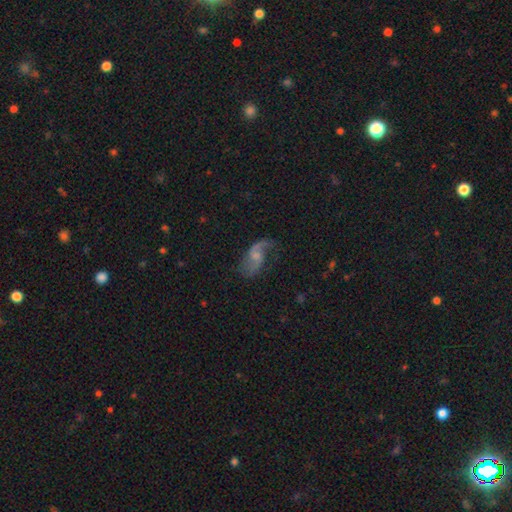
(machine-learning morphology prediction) Smooth or featured? featured or disk (79%)
Edge-on disk? no (97%)
Bar? no (49%)
Spiral arms? yes (93%)
Spiral winding? loose (74%)
Spiral arm count? 2 (82%)
Bulge size? small (45%)
Merging? none (58%)